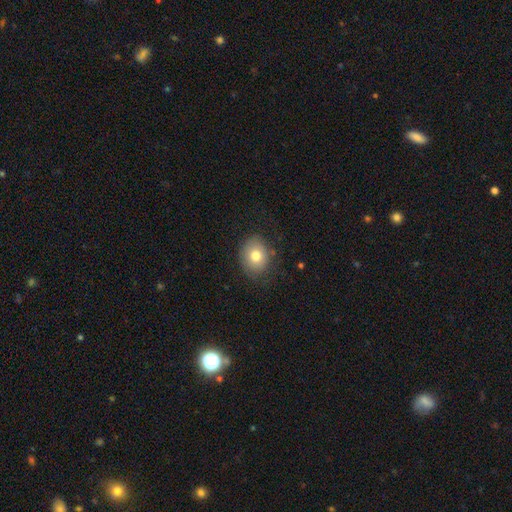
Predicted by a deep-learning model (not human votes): Smooth or featured: smooth — 77% (featured or disk — 14%)
How rounded: round — 58% (in between — 41%)
Merging: none — 77% (minor disturbance — 17%)